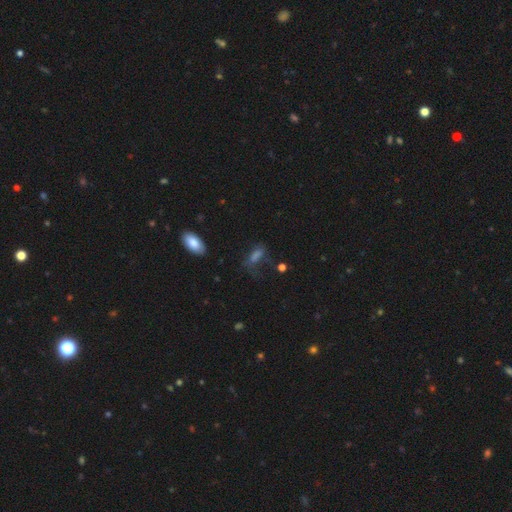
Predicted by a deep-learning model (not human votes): Smooth or featured? Predicted: smooth (p=0.54). How rounded? Predicted: in between (p=0.68). Merging? Predicted: none (p=0.49).